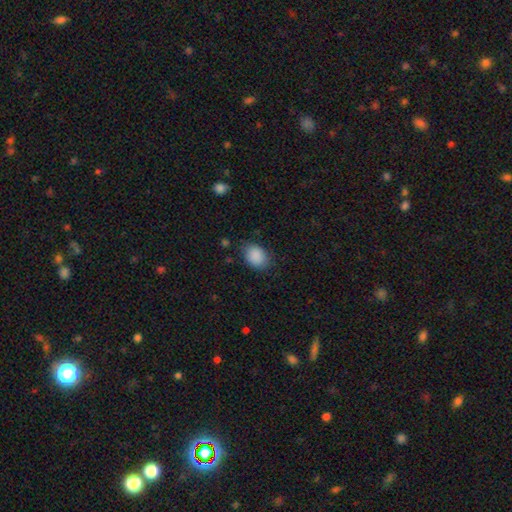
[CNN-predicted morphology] A smooth galaxy with no disk features (89%) that is in between round and cigar-shaped (64%). Merging: none (78%).